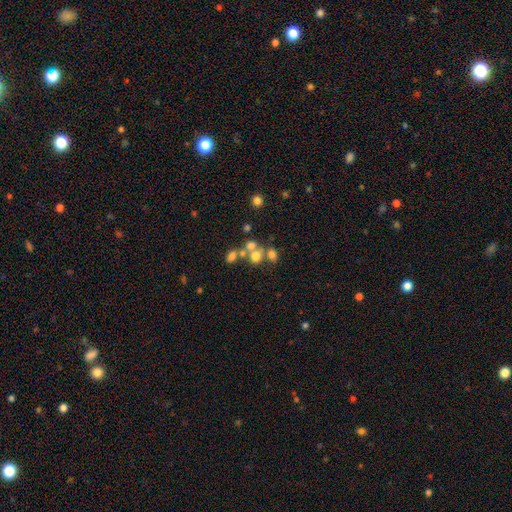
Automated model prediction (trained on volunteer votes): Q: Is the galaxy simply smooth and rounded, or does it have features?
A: smooth — 60%.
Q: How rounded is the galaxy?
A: round — 66%.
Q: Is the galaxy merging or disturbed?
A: merger — 44%.